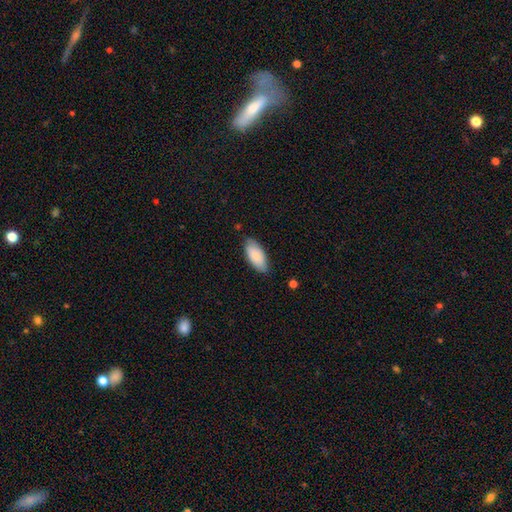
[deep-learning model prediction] Smooth or featured: smooth — 86% (featured or disk — 8%)
How rounded: in between — 89% (cigar-shaped — 9%)
Merging: none — 78% (minor disturbance — 18%)